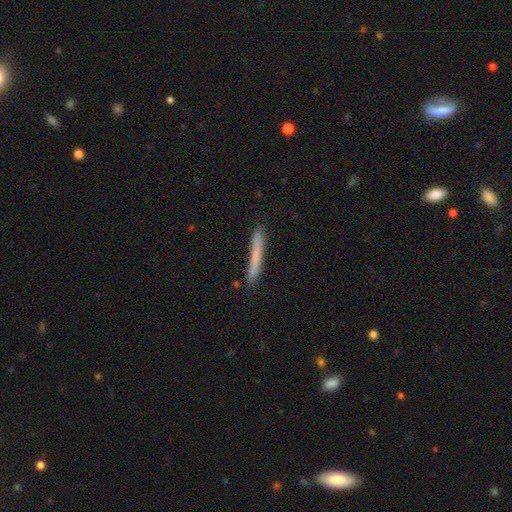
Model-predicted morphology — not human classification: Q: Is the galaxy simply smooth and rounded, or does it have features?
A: smooth — 71%.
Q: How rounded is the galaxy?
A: cigar-shaped — 97%.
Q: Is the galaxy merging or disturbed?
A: none — 87%.